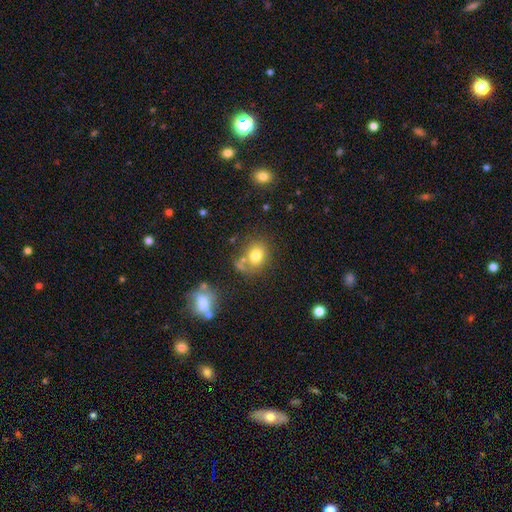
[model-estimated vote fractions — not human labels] The model was most divided on "how rounded": round: 56%, in between: 43%, cigar-shaped: 1%. More confident: smooth or featured — smooth (77%); merging — none (62%).